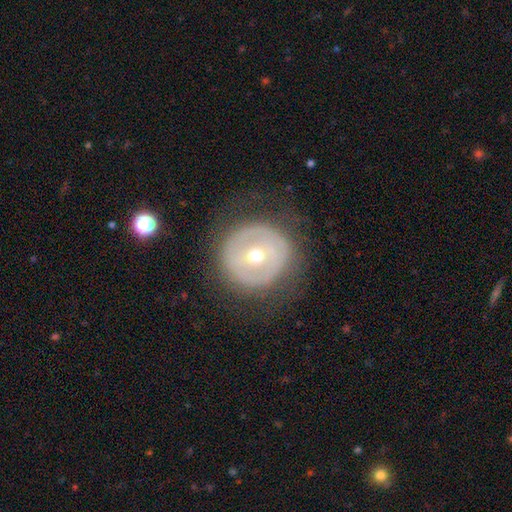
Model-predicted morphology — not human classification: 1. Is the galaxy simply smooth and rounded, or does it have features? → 59% featured or disk, 34% smooth, 8% star or artifact.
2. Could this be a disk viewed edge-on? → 96% no, 4% yes.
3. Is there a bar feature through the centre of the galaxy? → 65% no, 22% weak, 13% strong.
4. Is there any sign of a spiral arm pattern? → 73% no, 27% yes.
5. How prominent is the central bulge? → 51% moderate, 46% small, 2% large, 1% dominant, 1% none.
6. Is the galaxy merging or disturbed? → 76% none, 14% minor disturbance, 9% major disturbance, 1% merger.